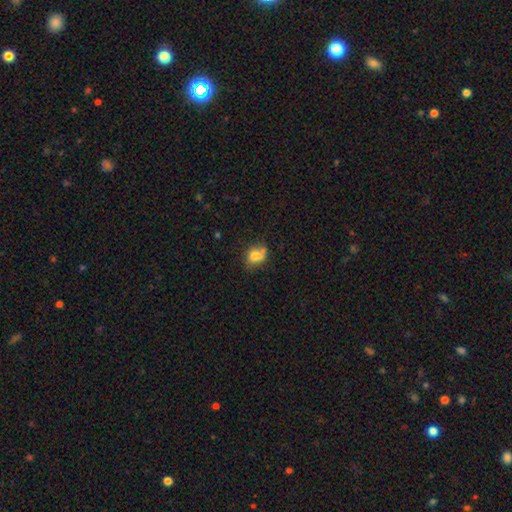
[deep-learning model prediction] smooth_or_featured: smooth (p=0.68) [alt: featured or disk p=0.20]
how_rounded: round (p=0.55) [alt: in between p=0.44]
merging: none (p=0.44) [alt: merger p=0.35]